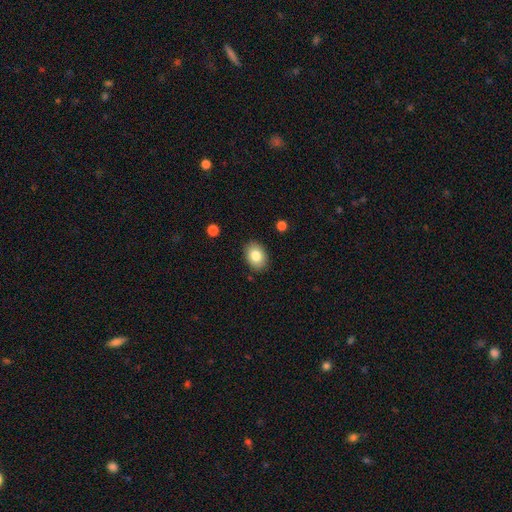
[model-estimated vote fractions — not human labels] smooth 82%, featured or disk 10%, star or artifact 8%. Down the decision tree: how rounded — in between (74%); merging — none (88%).